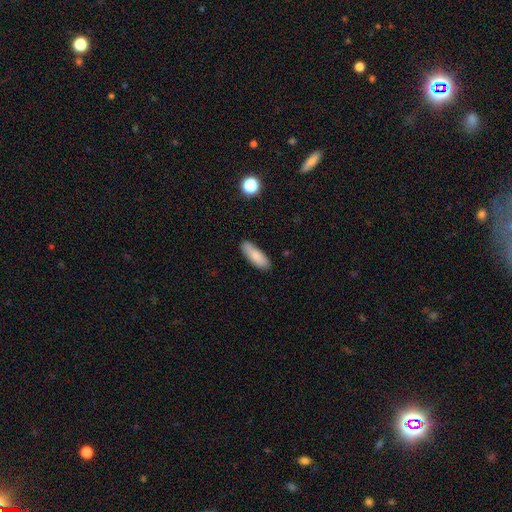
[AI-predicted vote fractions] A smooth galaxy with no disk features (85%) that is in between round and cigar-shaped (58%).

Vote fractions:
- Smooth or featured? smooth: 85% / featured or disk: 9% / star or artifact: 7%
- How rounded? in between: 58% / cigar-shaped: 40% / round: 2%
- Merging? none: 82% / minor disturbance: 14% / major disturbance: 2% / merger: 2%